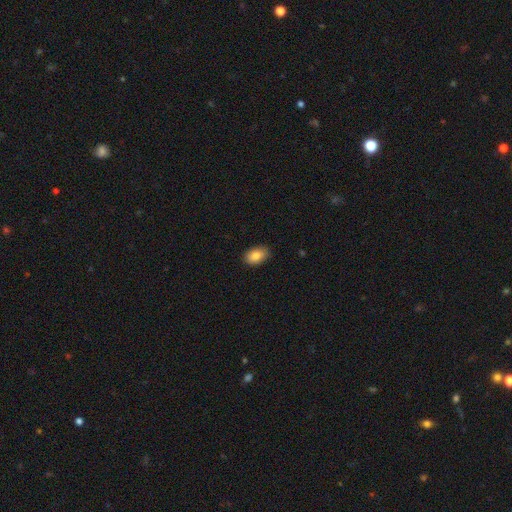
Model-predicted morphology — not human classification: Smooth or featured? Predicted: smooth (p=0.84). How rounded? Predicted: in between (p=0.89). Merging? Predicted: none (p=0.87).